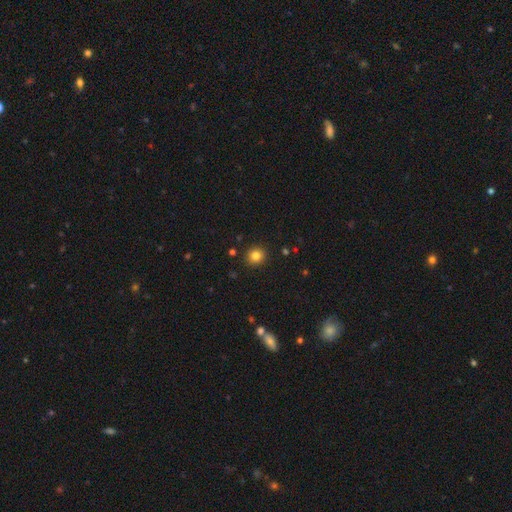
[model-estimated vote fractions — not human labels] Smooth or featured? smooth (82%)
How rounded? round (85%)
Merging? none (91%)